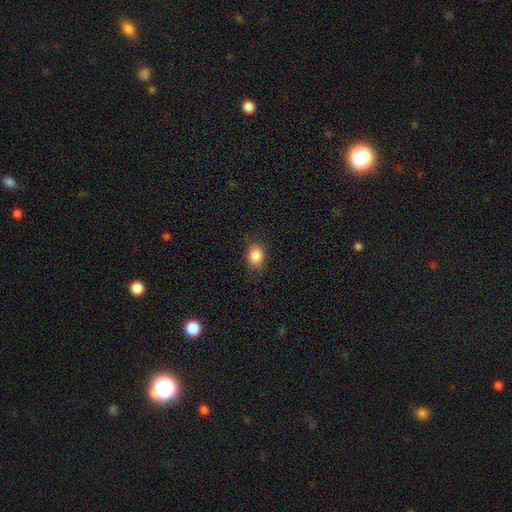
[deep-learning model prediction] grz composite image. It shows a smooth galaxy with no disk features (87%) that is in between round and cigar-shaped (61%). Merging: none (84%).